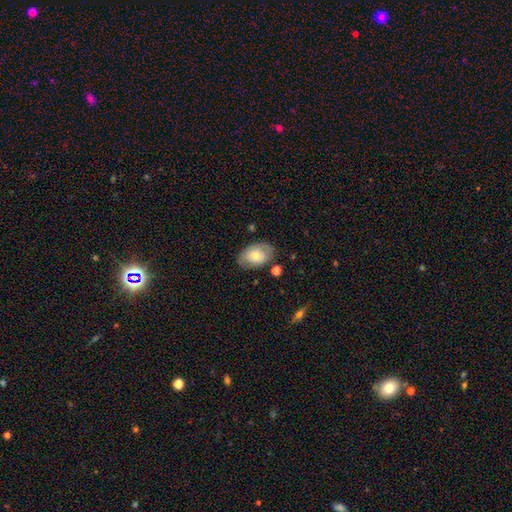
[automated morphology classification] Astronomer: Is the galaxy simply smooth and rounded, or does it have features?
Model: smooth — 60%.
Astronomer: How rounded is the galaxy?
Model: in between — 86%.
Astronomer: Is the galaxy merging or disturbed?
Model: none — 75%.